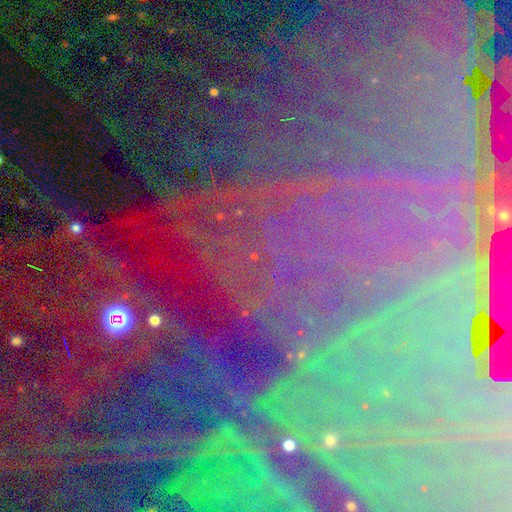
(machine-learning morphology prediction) Smooth or featured: star or artifact — 84% (featured or disk — 9%)